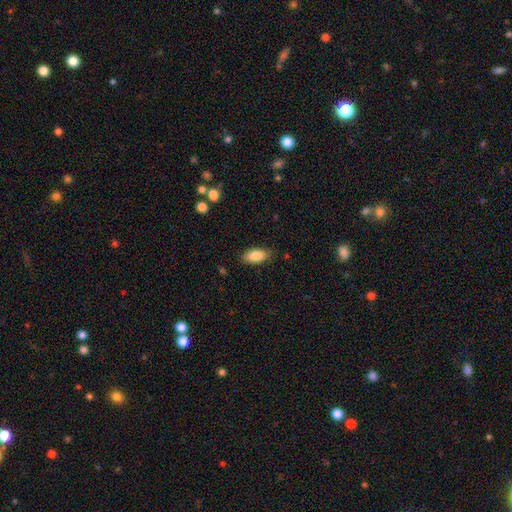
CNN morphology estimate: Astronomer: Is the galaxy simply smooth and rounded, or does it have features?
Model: smooth — 85%.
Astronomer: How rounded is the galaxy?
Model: in between — 90%.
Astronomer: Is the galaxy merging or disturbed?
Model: none — 83%.